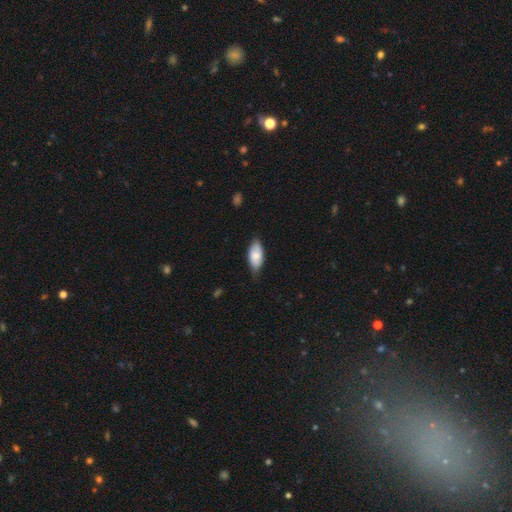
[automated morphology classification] Smooth or featured? Predicted: smooth (p=0.71). How rounded? Predicted: in between (p=0.91). Merging? Predicted: none (p=0.68).